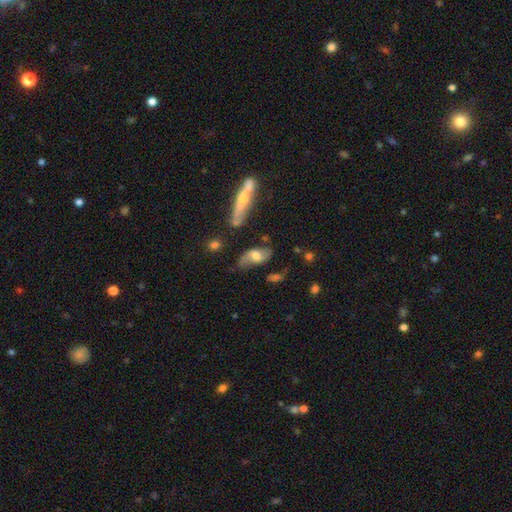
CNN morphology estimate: Q: Smooth or featured?
A: featured or disk (56%); runner-up: smooth (36%)
Q: Edge-on disk?
A: no (82%); runner-up: yes (18%)
Q: Merging?
A: none (59%); runner-up: minor disturbance (24%)